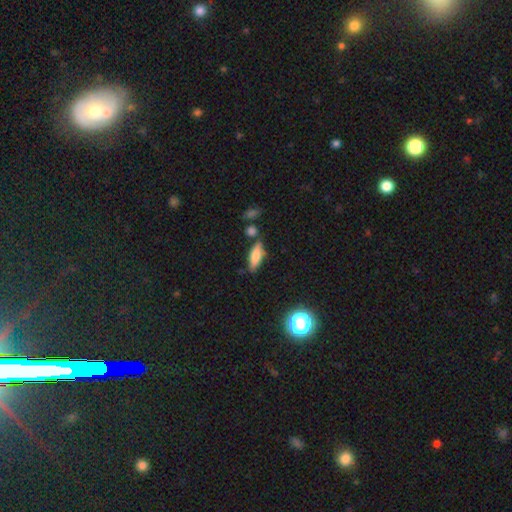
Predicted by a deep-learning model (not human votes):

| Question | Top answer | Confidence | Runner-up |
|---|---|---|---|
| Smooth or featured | smooth | 70% | featured or disk (21%) |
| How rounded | in between | 51% | cigar-shaped (46%) |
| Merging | none | 71% | minor disturbance (17%) |